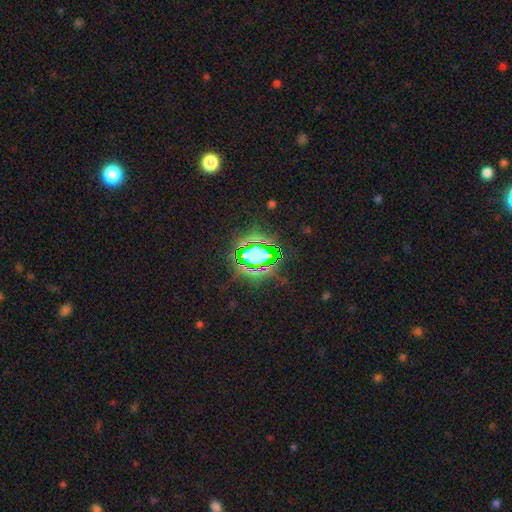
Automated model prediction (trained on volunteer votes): smooth-or-featured: star or artifact: 70% | smooth: 17% | featured or disk: 13%